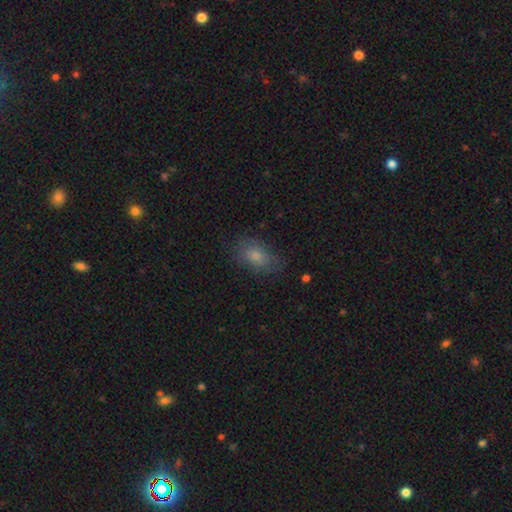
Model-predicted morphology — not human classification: smooth 75%, featured or disk 14%, star or artifact 11%. Down the decision tree: how rounded — in between (82%); merging — none (73%).